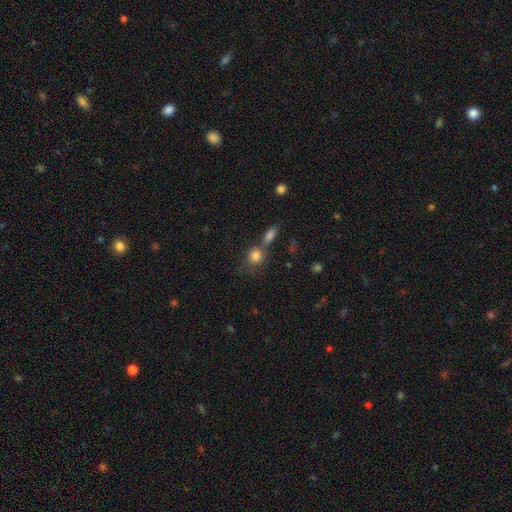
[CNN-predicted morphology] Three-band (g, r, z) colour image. It shows a smooth galaxy with no disk features (81%) that is round (78%). Merging: none (52%).